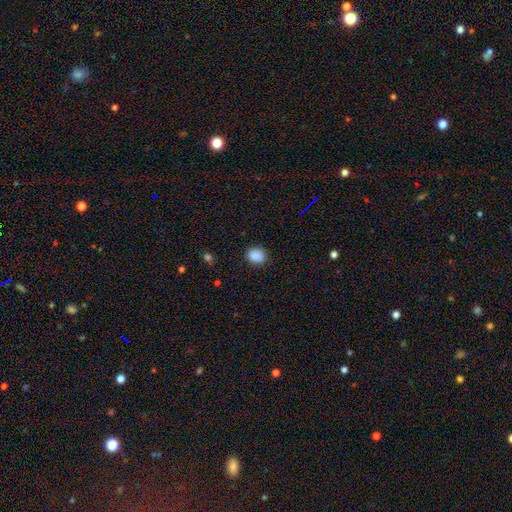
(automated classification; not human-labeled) Smooth or featured: smooth — 88% (star or artifact — 9%)
How rounded: round — 52% (in between — 47%)
Merging: none — 85% (minor disturbance — 11%)